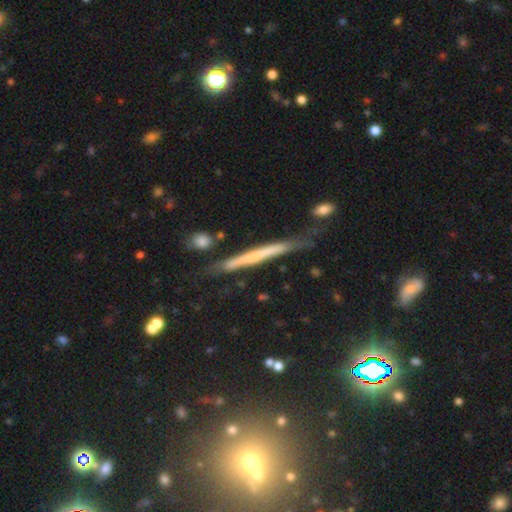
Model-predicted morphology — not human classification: A featured or disk galaxy (52%) viewed edge-on (93%). Merging: none (70%).